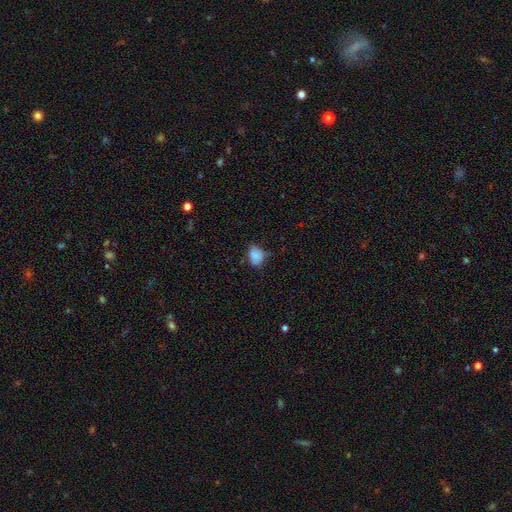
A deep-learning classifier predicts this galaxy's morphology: smooth 83%, star or artifact 10%, featured or disk 7%. Down the decision tree: how rounded — in between (71%); merging — none (53%).